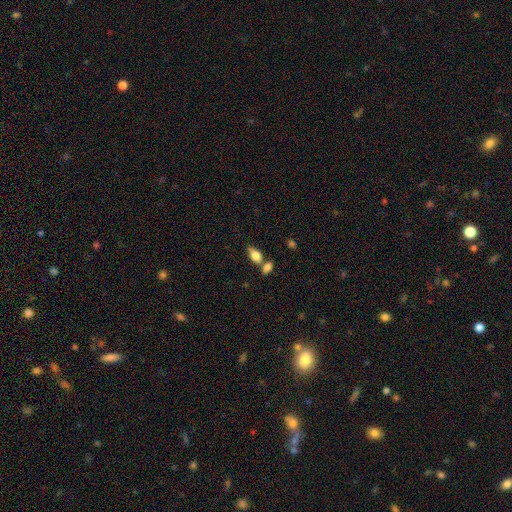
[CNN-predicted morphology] A smooth galaxy with no disk features (78%) that is in between round and cigar-shaped (87%). Merging: none (48%).